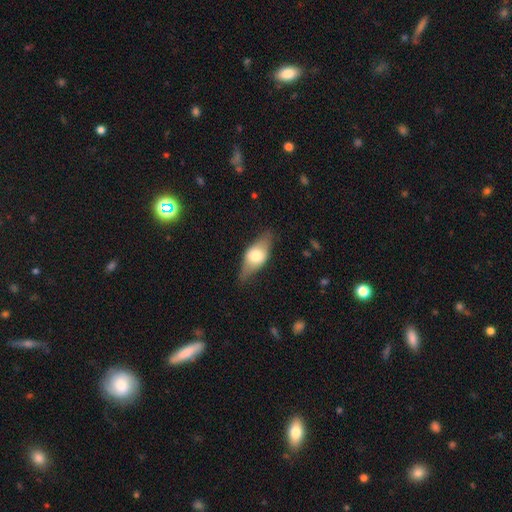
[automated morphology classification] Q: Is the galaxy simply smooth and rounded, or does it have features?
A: smooth — 55%.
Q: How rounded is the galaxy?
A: in between — 80%.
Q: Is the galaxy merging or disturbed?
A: none — 74%.